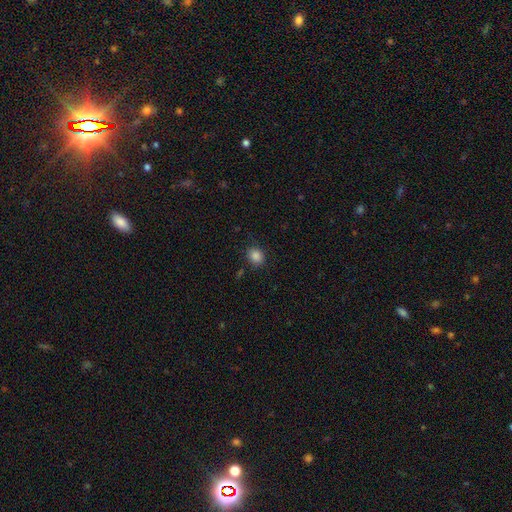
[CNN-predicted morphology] smooth-or-featured: smooth: 85% | star or artifact: 11% | featured or disk: 4%
  how-rounded: round: 61% | in between: 38% | cigar-shaped: 1%
  merging: none: 83% | minor disturbance: 12% | major disturbance: 3% | merger: 2%